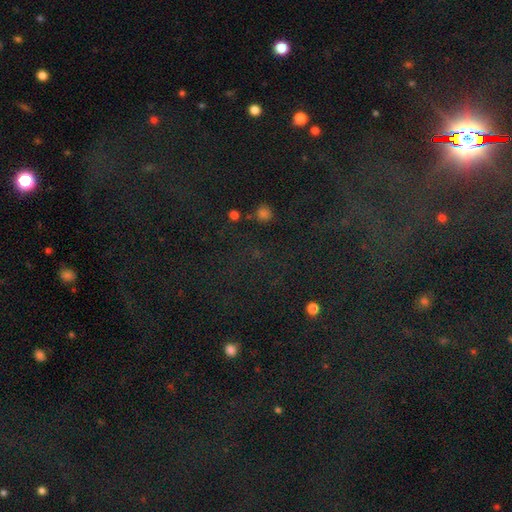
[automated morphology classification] smooth-or-featured: star or artifact: 75% | smooth: 14% | featured or disk: 11%